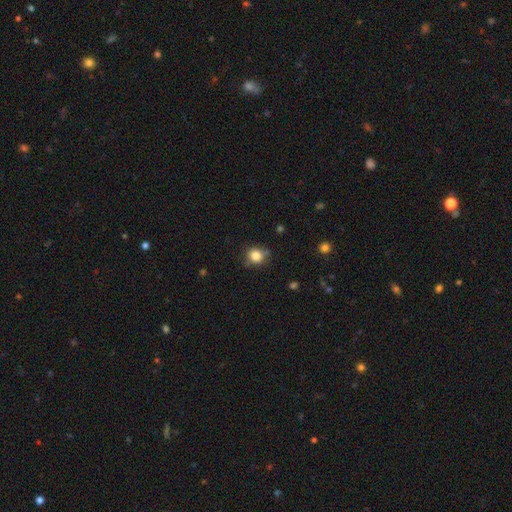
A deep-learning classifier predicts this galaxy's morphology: A smooth galaxy with no disk features (83%) that is round (84%). Merging: none (74%).